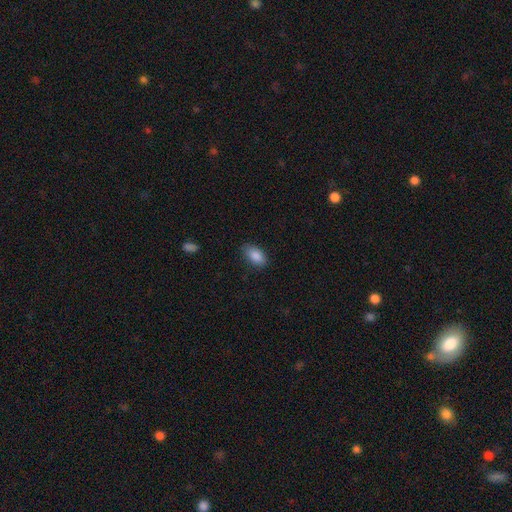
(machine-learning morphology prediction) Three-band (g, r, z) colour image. It shows a smooth galaxy with no disk features (87%) that is in between round and cigar-shaped (93%). Merging: none (81%).